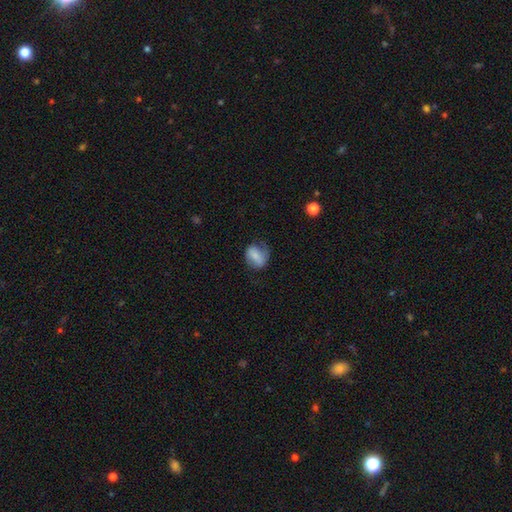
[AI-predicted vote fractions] smooth-or-featured: smooth: 66% | featured or disk: 26% | star or artifact: 8%
  how-rounded: in between: 55% | round: 43% | cigar-shaped: 2%
  merging: none: 59% | minor disturbance: 26% | major disturbance: 13% | merger: 1%